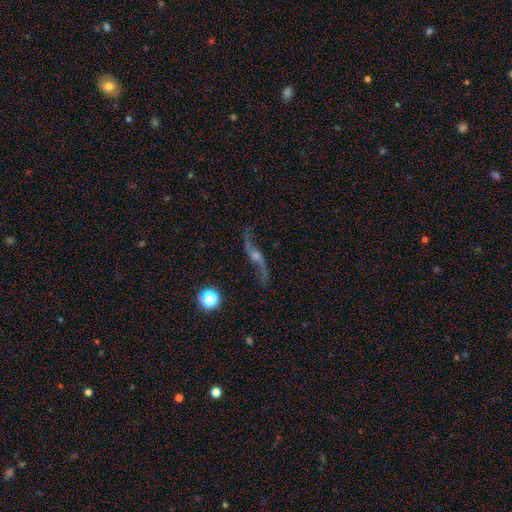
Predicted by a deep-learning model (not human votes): Overall: featured or disk (86%). Edge-on disk: no (84%). Bar: no (52%; weak 31%). Spiral arms: yes (96%). Spiral arm count: 2 (94%). Spiral winding: loose (89%). Bulge size: moderate (43%, tied with small). Merging: none (81%).